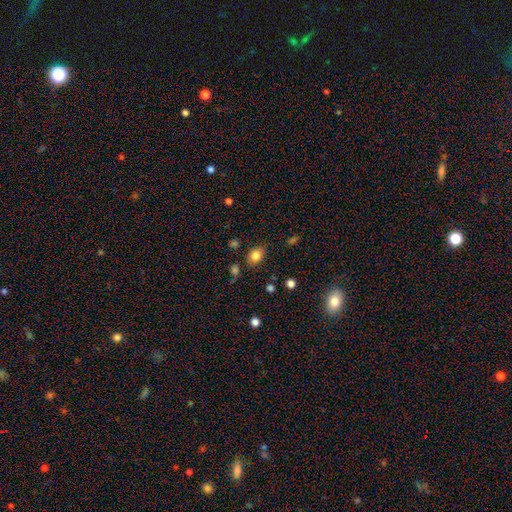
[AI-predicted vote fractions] smooth-or-featured: smooth: 82% | star or artifact: 11% | featured or disk: 7%
  how-rounded: in between: 63% | round: 36% | cigar-shaped: 1%
  merging: none: 80% | minor disturbance: 13% | major disturbance: 4% | merger: 3%